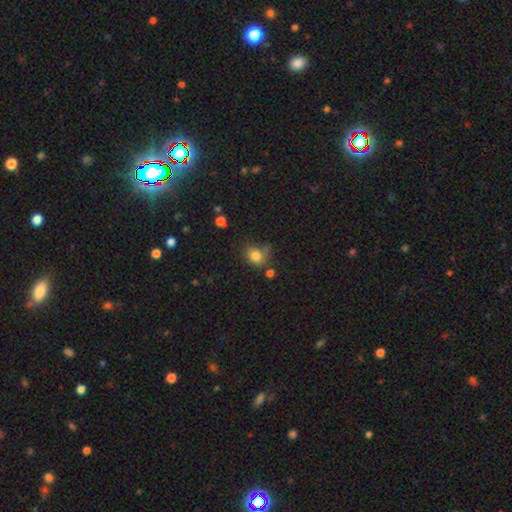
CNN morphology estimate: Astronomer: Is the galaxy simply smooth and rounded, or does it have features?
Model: smooth — 81%.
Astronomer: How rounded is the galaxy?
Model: round — 59% (runner-up: in between, 40%).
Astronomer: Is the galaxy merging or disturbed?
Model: none — 59%.